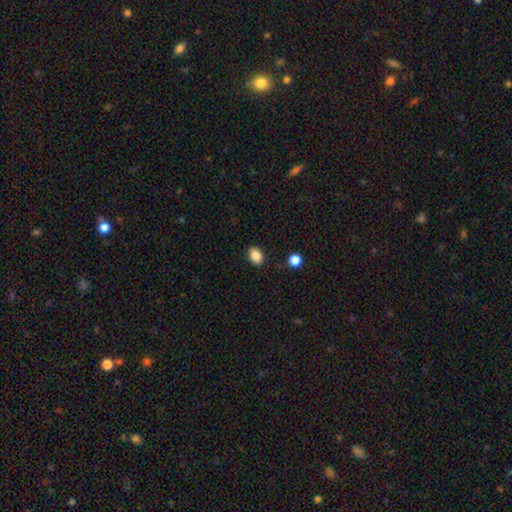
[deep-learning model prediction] Smooth or featured? smooth (87%)
How rounded? in between (75%)
Merging? none (85%)